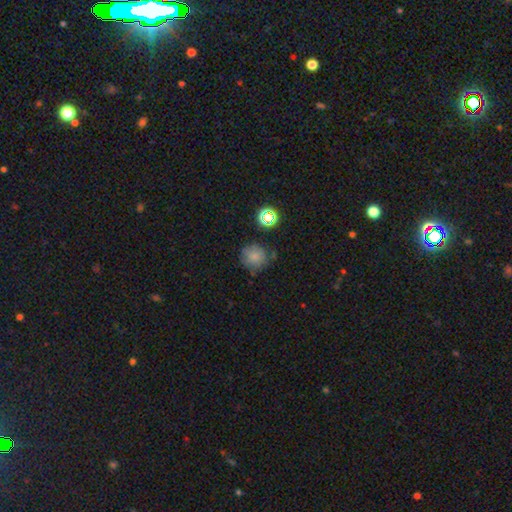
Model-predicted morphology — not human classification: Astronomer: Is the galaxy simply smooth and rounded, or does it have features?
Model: smooth — 71%.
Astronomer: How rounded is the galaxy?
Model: round — 89%.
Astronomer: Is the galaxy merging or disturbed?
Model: none — 66%.